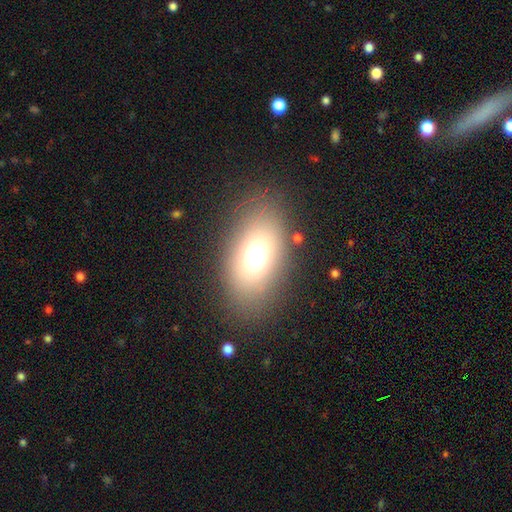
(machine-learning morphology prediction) Smooth or featured? Predicted: smooth (p=0.68). How rounded? Predicted: in between (p=0.84). Merging? Predicted: none (p=0.83).